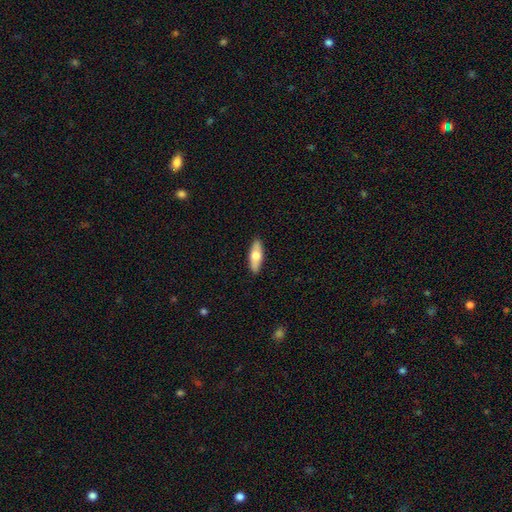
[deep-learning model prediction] Morphology: type=smooth (64%); roundness=in between (58%); merging=none (90%).